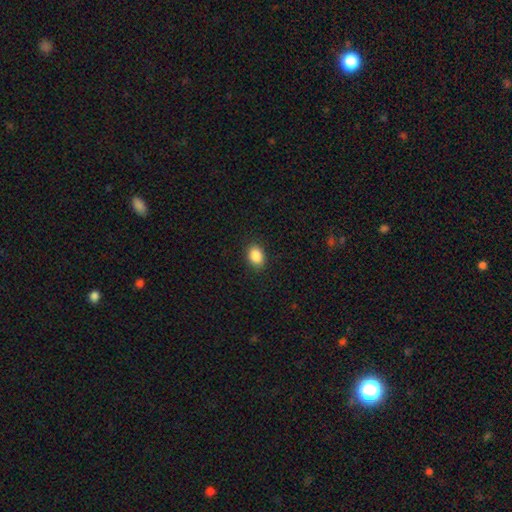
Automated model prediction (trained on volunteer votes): smooth_or_featured: smooth (p=0.89) [alt: star or artifact p=0.08]
how_rounded: in between (p=0.73) [alt: round p=0.25]
merging: none (p=0.89) [alt: minor disturbance p=0.08]